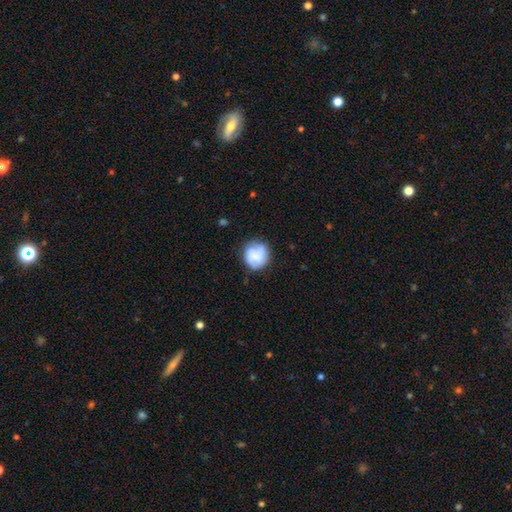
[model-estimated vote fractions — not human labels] Q: Smooth or featured?
A: smooth (68%); runner-up: featured or disk (24%)
Q: How rounded?
A: round (84%); runner-up: in between (15%)
Q: Merging?
A: none (68%); runner-up: minor disturbance (21%)